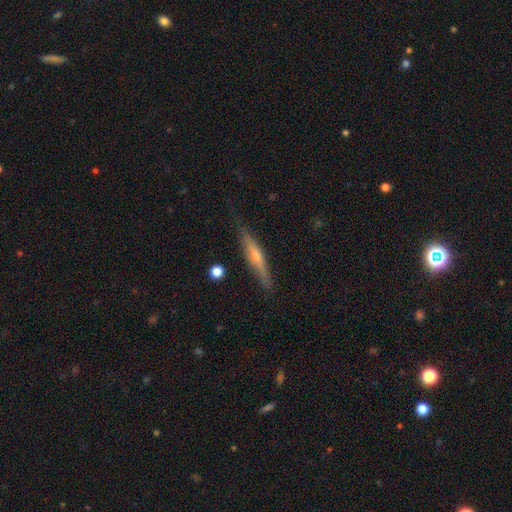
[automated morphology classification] smooth-or-featured: featured or disk: 62% | smooth: 32% | star or artifact: 6%
  disk-edge-on: yes: 95% | no: 5%
    edge-on-bulge: rounded: 67% | none: 25% | boxy: 8%
  merging: none: 84% | minor disturbance: 12% | major disturbance: 2% | merger: 1%